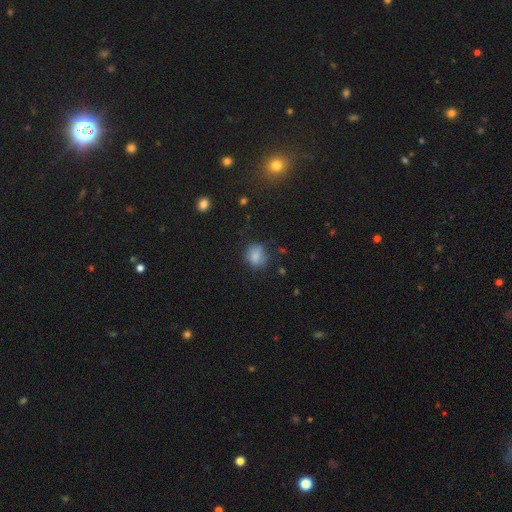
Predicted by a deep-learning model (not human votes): smooth_or_featured: smooth (p=0.77) [alt: featured or disk p=0.12]
how_rounded: round (p=0.59) [alt: in between p=0.39]
merging: none (p=0.65) [alt: minor disturbance p=0.24]